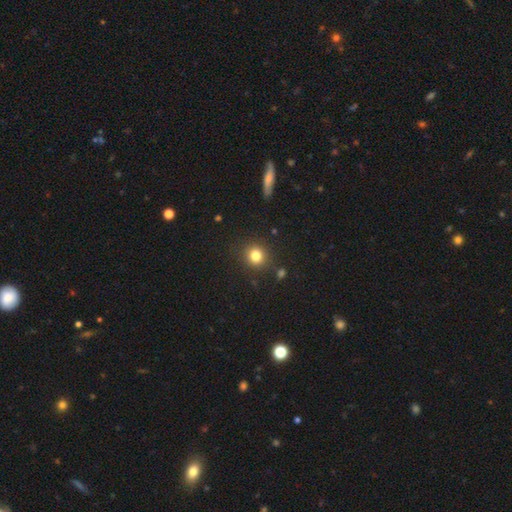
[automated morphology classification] Smooth or featured? smooth (81%)
How rounded? round (86%)
Merging? none (87%)